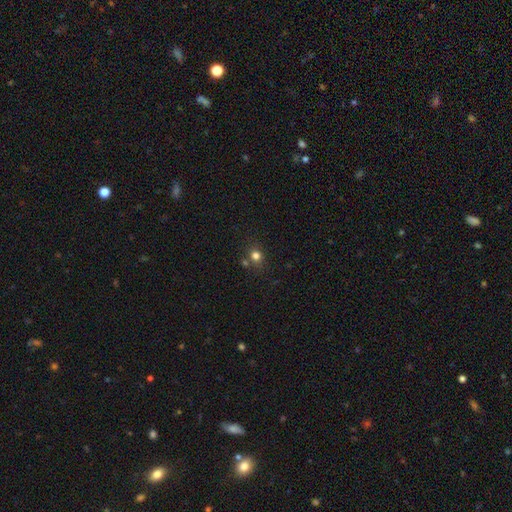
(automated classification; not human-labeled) Smooth or featured? smooth (77%)
How rounded? round (78%)
Merging? none (71%)